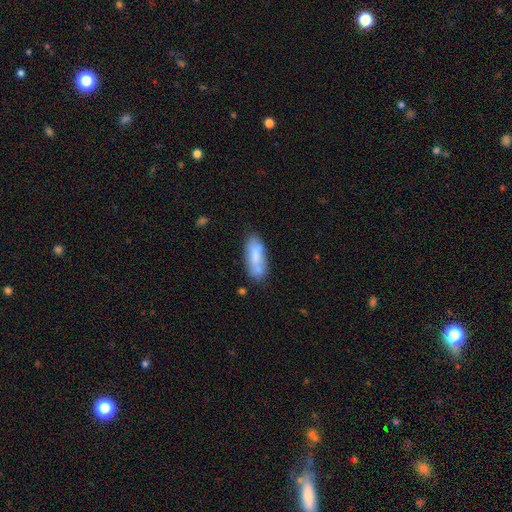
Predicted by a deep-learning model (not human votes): Morphology: type=smooth (71%); roundness=in between (66%); merging=none (56%).